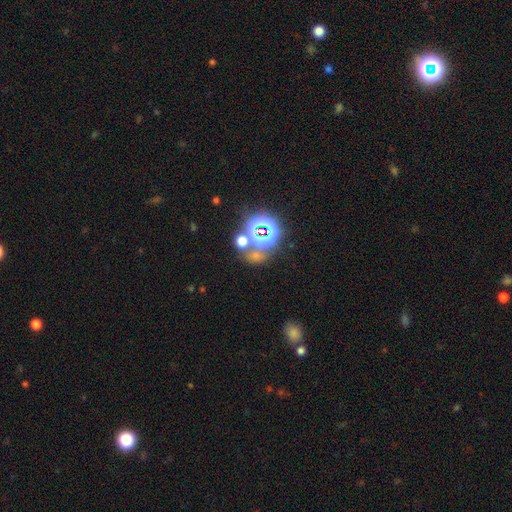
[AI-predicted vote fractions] Smooth or featured?
  - star or artifact: 60% *
  - smooth: 29%
  - featured or disk: 11%